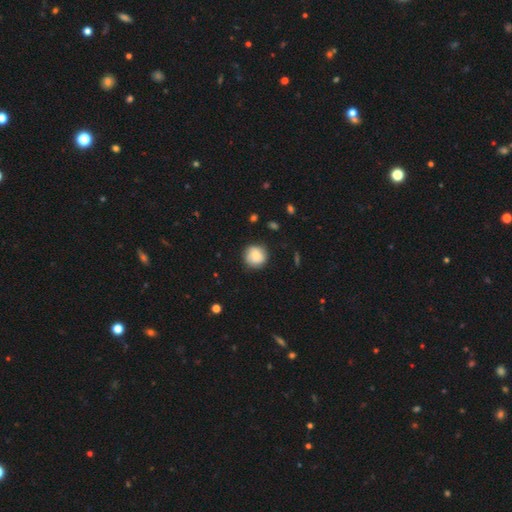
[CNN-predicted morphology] Smooth or featured: smooth — 76% (featured or disk — 16%)
How rounded: round — 92% (in between — 7%)
Merging: none — 81% (minor disturbance — 14%)